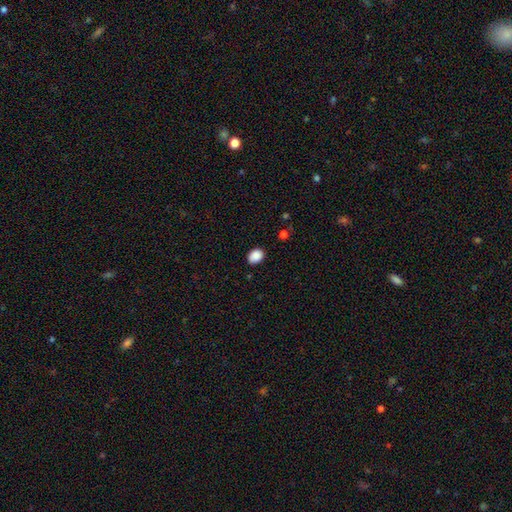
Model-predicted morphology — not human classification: smooth 89%, star or artifact 8%, featured or disk 3%. Down the decision tree: how rounded — in between (67%); merging — none (85%).